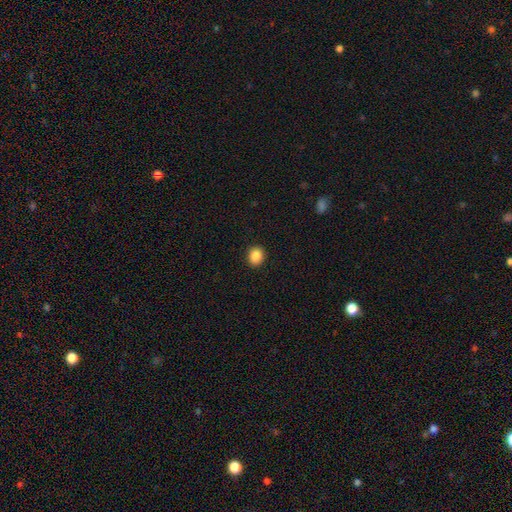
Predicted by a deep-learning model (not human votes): This appears to be a smooth galaxy with no disk features (88%) that is round (63%). Merging: none (92%).